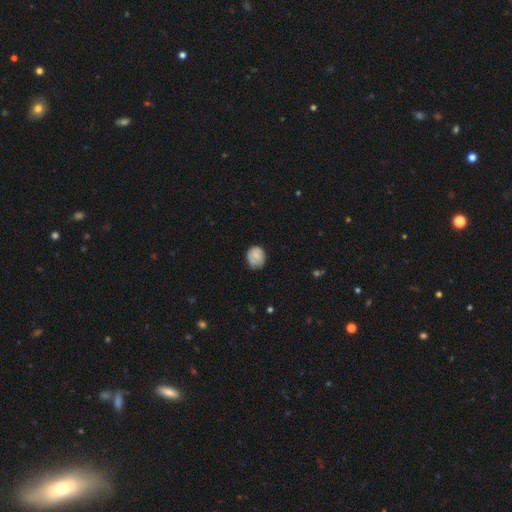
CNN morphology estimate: Q: Smooth or featured?
A: smooth (66%); runner-up: featured or disk (26%)
Q: How rounded?
A: round (59%); runner-up: in between (40%)
Q: Merging?
A: none (68%); runner-up: minor disturbance (25%)